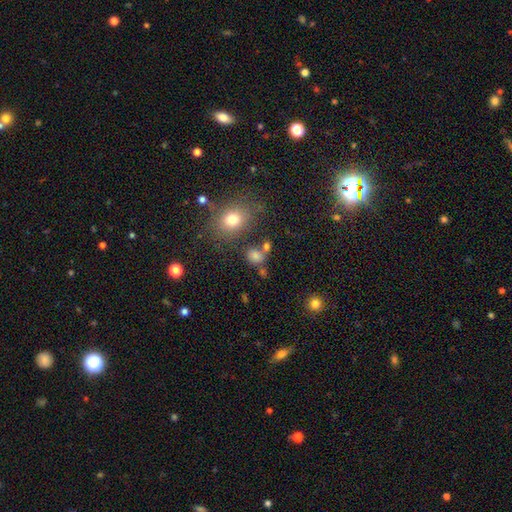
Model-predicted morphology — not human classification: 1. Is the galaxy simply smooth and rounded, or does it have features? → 75% smooth, 16% star or artifact, 9% featured or disk.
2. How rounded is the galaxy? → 56% round, 42% in between, 2% cigar-shaped.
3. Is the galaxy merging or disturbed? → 57% none, 24% merger, 13% minor disturbance, 6% major disturbance.